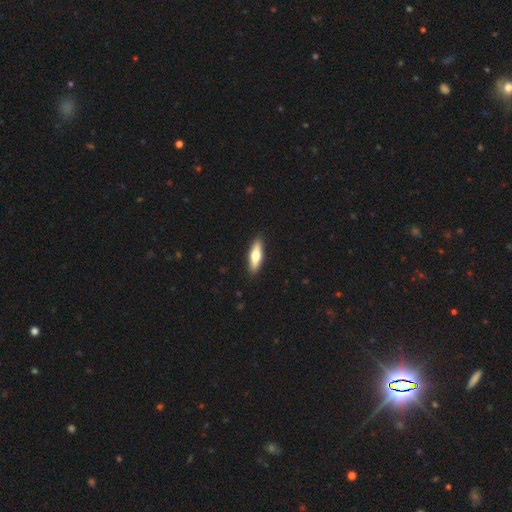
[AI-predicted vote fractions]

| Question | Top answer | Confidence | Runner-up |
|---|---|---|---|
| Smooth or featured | smooth | 57% | featured or disk (38%) |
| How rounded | cigar-shaped | 60% | in between (38%) |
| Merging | none | 91% | minor disturbance (7%) |